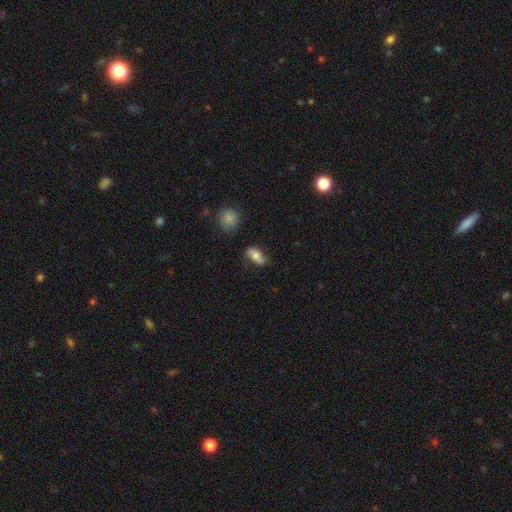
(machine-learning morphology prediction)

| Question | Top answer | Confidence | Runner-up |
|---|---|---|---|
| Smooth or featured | smooth | 75% | featured or disk (17%) |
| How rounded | in between | 87% | cigar-shaped (8%) |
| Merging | none | 70% | minor disturbance (21%) |